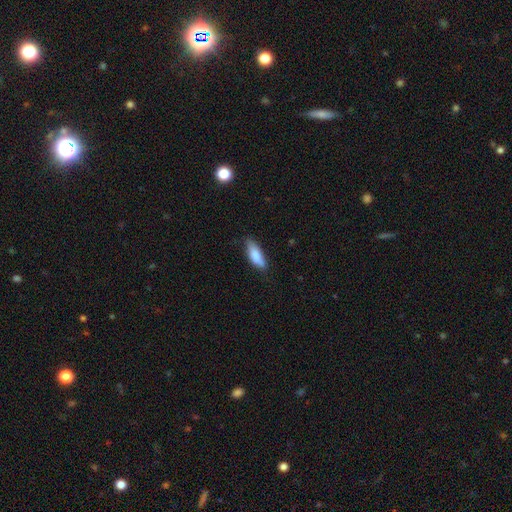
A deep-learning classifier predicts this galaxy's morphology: smooth-or-featured: smooth: 82% | featured or disk: 12% | star or artifact: 6%
  how-rounded: in between: 67% | cigar-shaped: 31% | round: 2%
  merging: none: 67% | minor disturbance: 26% | major disturbance: 5% | merger: 3%